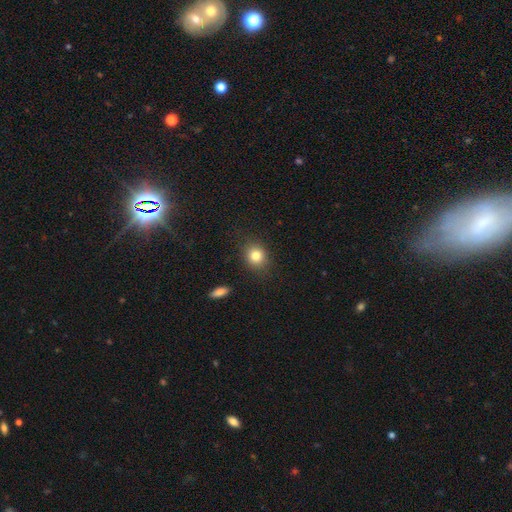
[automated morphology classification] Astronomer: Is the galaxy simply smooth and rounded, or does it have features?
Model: smooth — 82%.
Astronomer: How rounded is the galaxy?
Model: round — 70%.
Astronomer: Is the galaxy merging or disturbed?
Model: none — 86%.